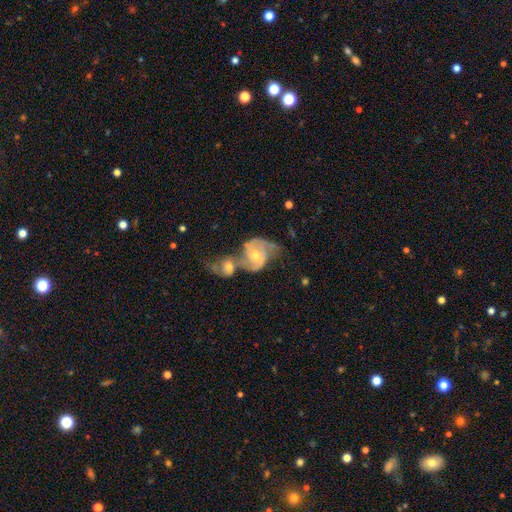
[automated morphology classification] Q: Smooth or featured?
A: featured or disk (82%); runner-up: smooth (12%)
Q: Edge-on disk?
A: no (98%); runner-up: yes (2%)
Q: Bar?
A: no (67%); runner-up: weak (26%)
Q: Spiral arms?
A: yes (94%); runner-up: no (6%)
Q: Spiral winding?
A: medium (48%); runner-up: tight (29%)
Q: Spiral arm count?
A: 2 (81%); runner-up: can't tell (8%)
Q: Bulge size?
A: moderate (49%); runner-up: small (47%)
Q: Merging?
A: merger (58%); runner-up: none (20%)